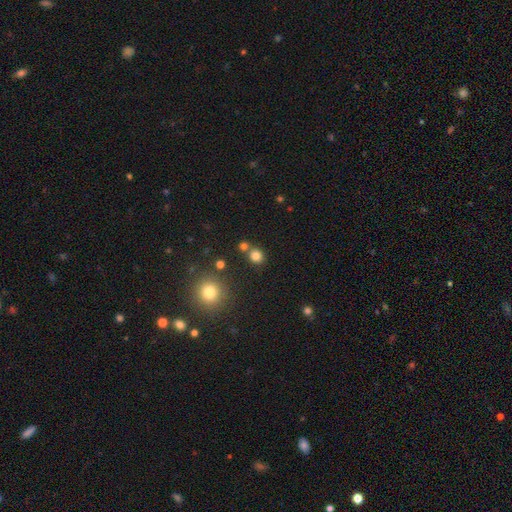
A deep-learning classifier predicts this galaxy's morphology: Smooth or featured? Predicted: smooth (p=0.79). How rounded? Predicted: round (p=0.80). Merging? Predicted: none (p=0.67).